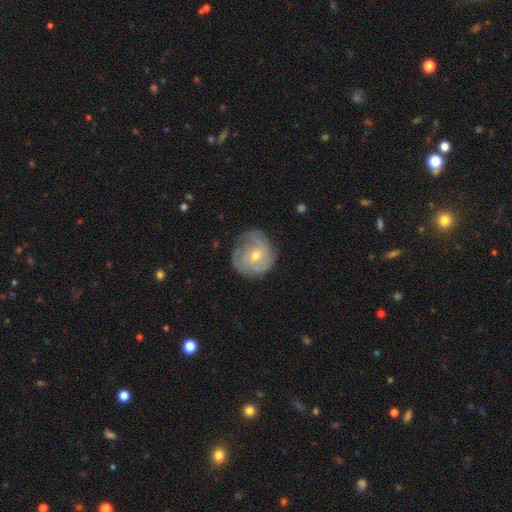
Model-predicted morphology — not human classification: This appears to be a featured or disk galaxy (71%) with no bar (60%), tight (61%) spiral arms (88%) and a moderate central bulge (52%). Merging: none (68%).